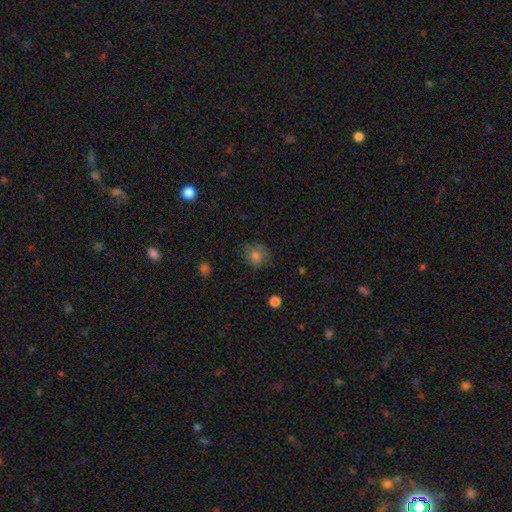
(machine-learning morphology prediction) A smooth galaxy with no disk features (74%) that is round (68%). Merging: none (64%).